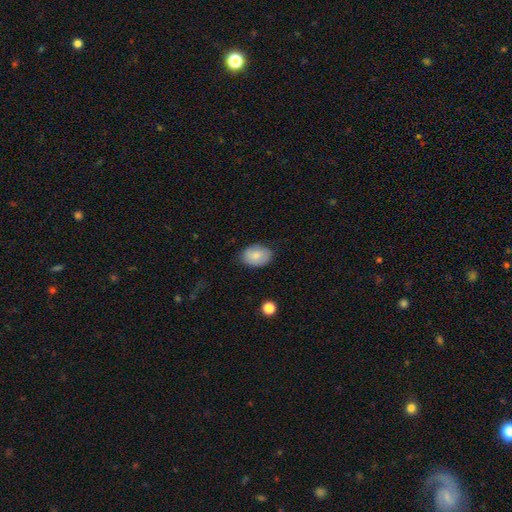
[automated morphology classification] Smooth or featured? smooth (81%)
How rounded? in between (76%)
Merging? none (80%)